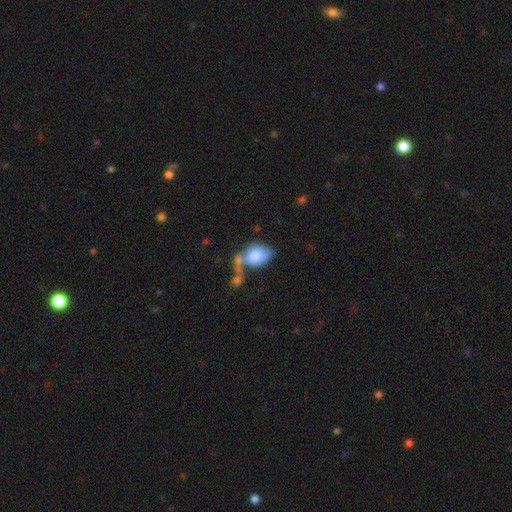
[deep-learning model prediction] smooth_or_featured: smooth (p=0.78) [alt: featured or disk p=0.15]
how_rounded: in between (p=0.80) [alt: round p=0.19]
merging: merger (p=0.35) [alt: none p=0.32]